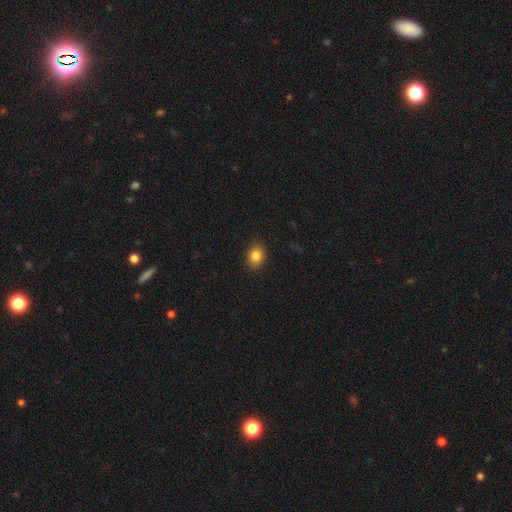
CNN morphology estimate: Smooth or featured: smooth — 85% (star or artifact — 10%)
How rounded: round — 52% (in between — 47%)
Merging: none — 90% (minor disturbance — 7%)